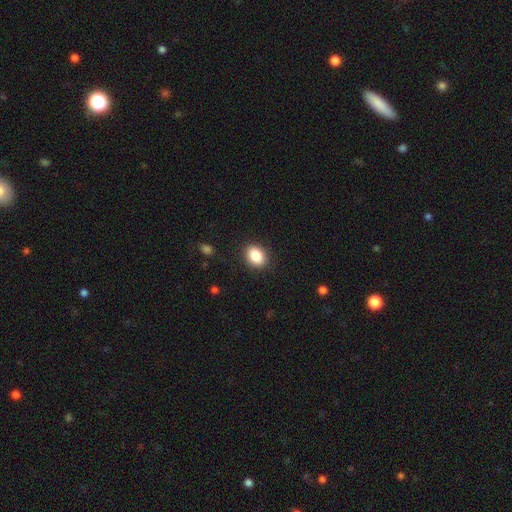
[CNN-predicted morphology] smooth_or_featured: smooth (p=0.87) [alt: star or artifact p=0.08]
how_rounded: in between (p=0.70) [alt: round p=0.29]
merging: none (p=0.88) [alt: minor disturbance p=0.08]